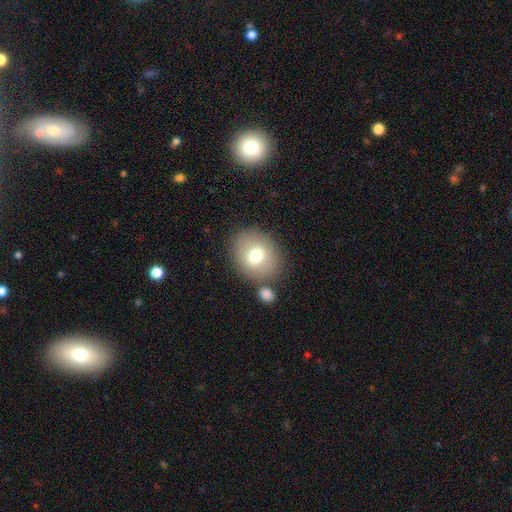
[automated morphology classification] This is likely a smooth galaxy (73%). How rounded: possibly round (58%). Merging: likely none (75%).